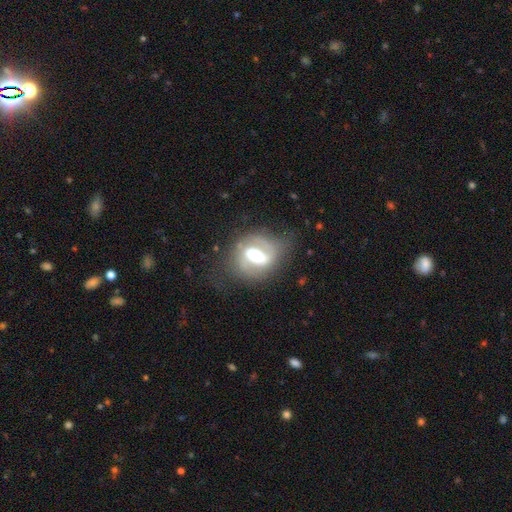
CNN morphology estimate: Smooth or featured? Predicted: featured or disk (p=0.72). Edge-on disk? Predicted: no (p=0.93). Bar? Predicted: strong (p=0.56). Spiral arms? Predicted: yes (p=0.73). Bulge size? Predicted: moderate (p=0.46). Merging? Predicted: none (p=0.60).